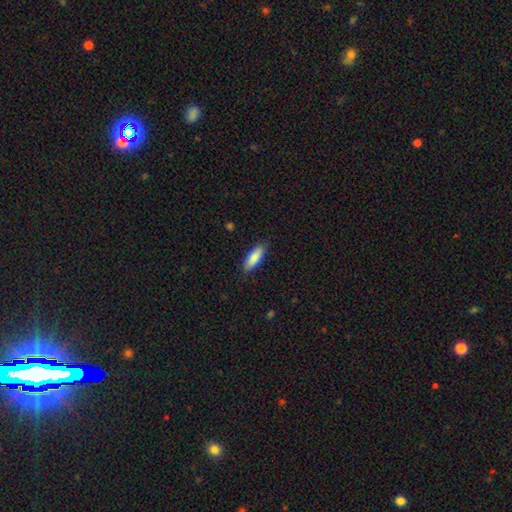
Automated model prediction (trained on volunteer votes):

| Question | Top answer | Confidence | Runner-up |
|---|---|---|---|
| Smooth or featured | smooth | 87% | featured or disk (7%) |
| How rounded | in between | 59% | cigar-shaped (40%) |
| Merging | none | 86% | minor disturbance (11%) |